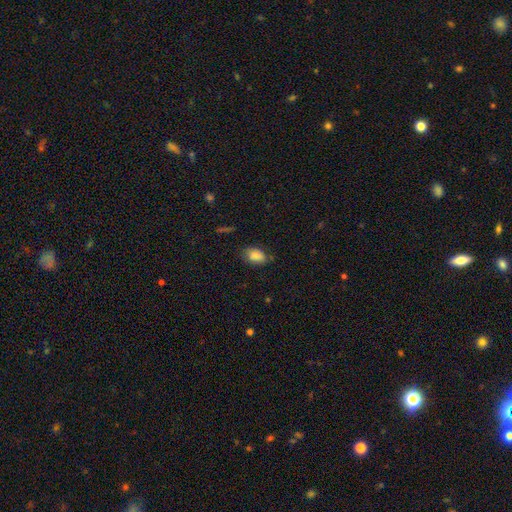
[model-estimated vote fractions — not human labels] This is clearly a smooth galaxy (86%). How rounded: clearly in between (87%). Merging: likely none (71%).